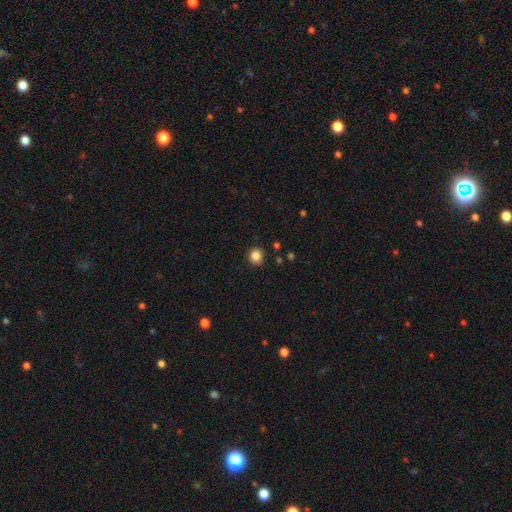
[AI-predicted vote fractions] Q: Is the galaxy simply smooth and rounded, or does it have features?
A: smooth — 85%.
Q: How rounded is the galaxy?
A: round — 89%.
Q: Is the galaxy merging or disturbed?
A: none — 90%.